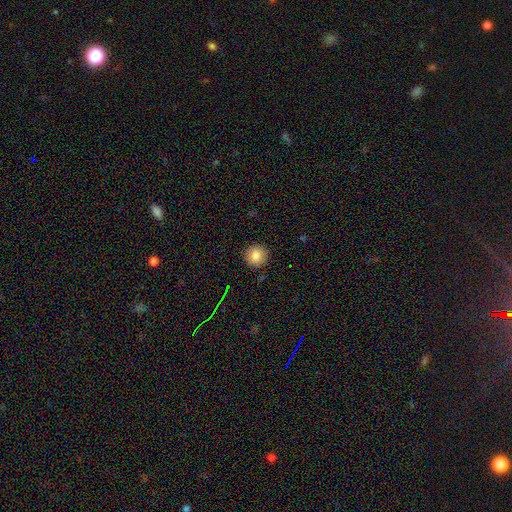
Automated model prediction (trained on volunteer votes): smooth 85%, star or artifact 10%, featured or disk 5%. Down the decision tree: how rounded — round (94%); merging — none (91%).